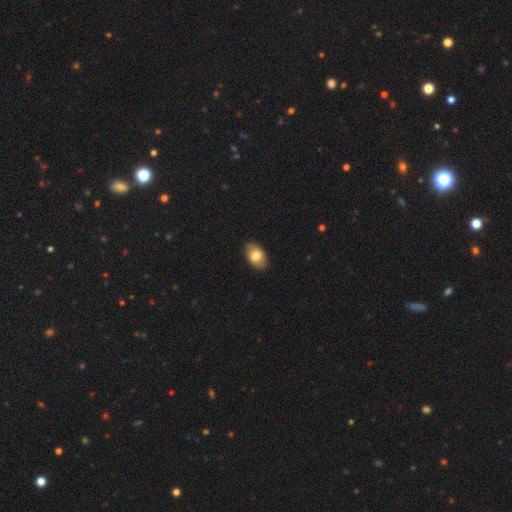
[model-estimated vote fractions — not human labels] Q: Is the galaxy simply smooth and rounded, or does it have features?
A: smooth — 76%.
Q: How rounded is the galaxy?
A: in between — 90%.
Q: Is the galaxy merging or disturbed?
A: none — 86%.